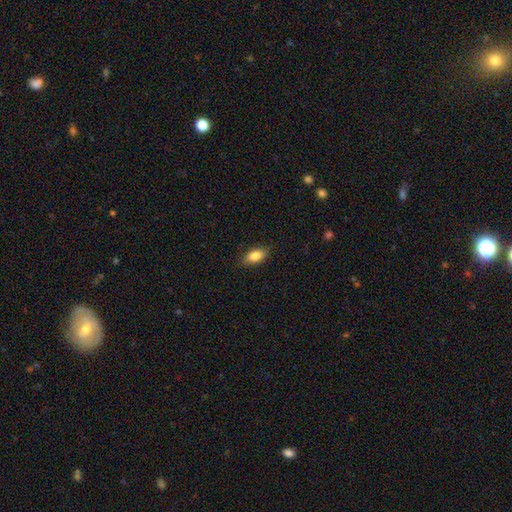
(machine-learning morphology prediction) This is clearly a smooth galaxy (82%). How rounded: clearly in between (87%). Merging: clearly none (85%).